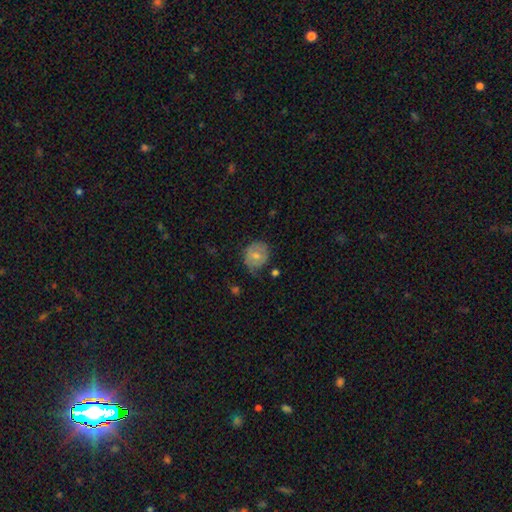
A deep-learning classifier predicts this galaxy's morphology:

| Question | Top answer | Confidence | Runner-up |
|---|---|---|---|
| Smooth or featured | smooth | 66% | featured or disk (26%) |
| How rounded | round | 75% | in between (24%) |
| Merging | none | 61% | minor disturbance (29%) |